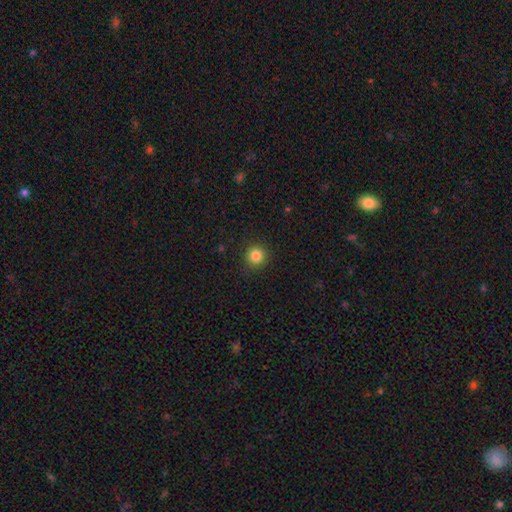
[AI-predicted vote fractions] Smooth or featured?
  - smooth: 84% *
  - star or artifact: 12%
  - featured or disk: 4%
How rounded?
  - round: 94% *
  - in between: 5%
  - cigar-shaped: 1%
Merging?
  - none: 91% *
  - minor disturbance: 6%
  - major disturbance: 2%
  - merger: 1%